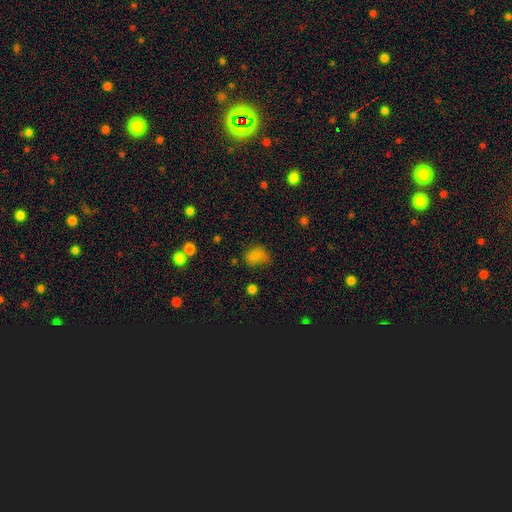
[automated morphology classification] Smooth or featured? smooth (78%)
How rounded? in between (65%)
Merging? none (54%)